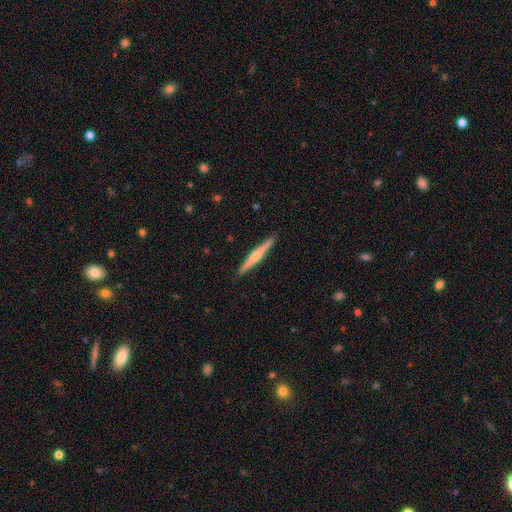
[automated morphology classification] Smooth or featured: featured or disk — 59% (smooth — 35%)
Edge-on disk: yes — 98% (no — 2%)
Edge-on bulge: rounded — 72% (none — 20%)
Merging: none — 91% (minor disturbance — 6%)